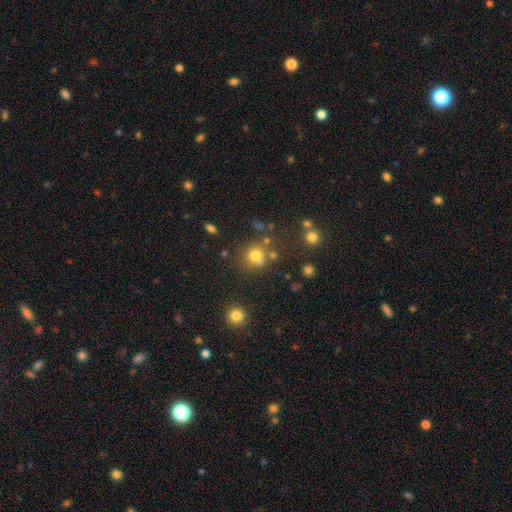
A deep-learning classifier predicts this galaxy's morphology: Smooth or featured? Predicted: smooth (p=0.73). How rounded? Predicted: round (p=0.88). Merging? Predicted: none (p=0.67).